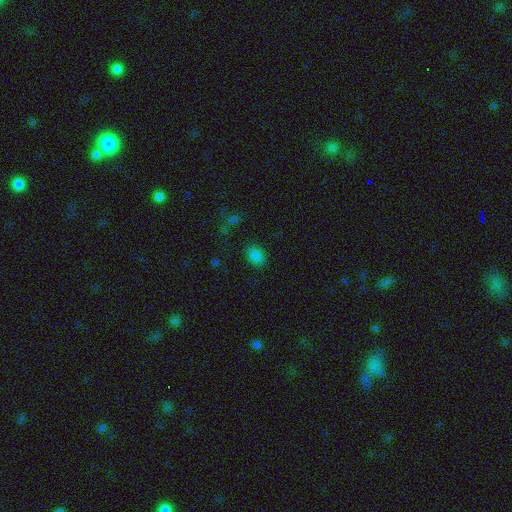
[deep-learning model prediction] Overall: smooth (83%). How rounded: in between (74%). Merging: none (84%).